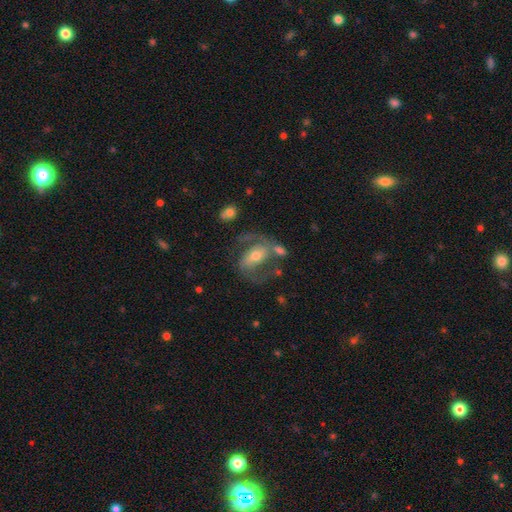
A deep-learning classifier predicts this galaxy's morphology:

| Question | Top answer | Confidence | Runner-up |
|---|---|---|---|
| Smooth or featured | featured or disk | 79% | smooth (15%) |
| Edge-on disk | no | 96% | yes (4%) |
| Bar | weak | 38% | no (32%) |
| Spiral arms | yes | 89% | no (11%) |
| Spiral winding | medium | 54% | loose (24%) |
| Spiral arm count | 2 | 85% | can't tell (7%) |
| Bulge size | moderate | 57% | small (34%) |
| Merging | none | 55% | minor disturbance (17%) |